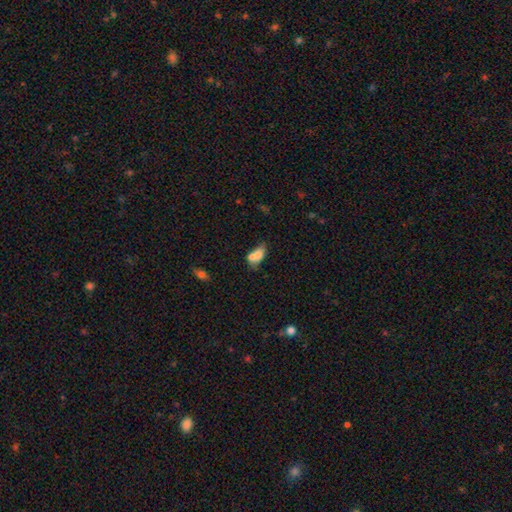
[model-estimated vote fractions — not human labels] Smooth or featured? smooth (70%)
How rounded? in between (81%)
Merging? merger (53%)